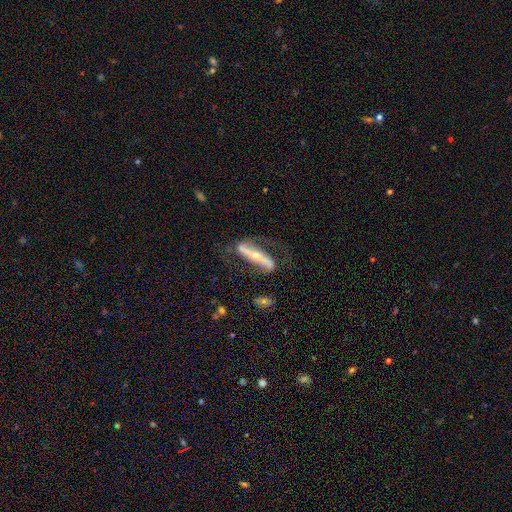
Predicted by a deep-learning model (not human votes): Smooth or featured? Predicted: featured or disk (p=0.81). Edge-on disk? Predicted: no (p=0.70). Bar? Predicted: strong (p=0.67). Spiral arms? Predicted: yes (p=0.88). Spiral winding? Predicted: loose (p=0.54). Spiral arm count? Predicted: 2 (p=0.88). Bulge size? Predicted: small (p=0.56). Merging? Predicted: none (p=0.59).